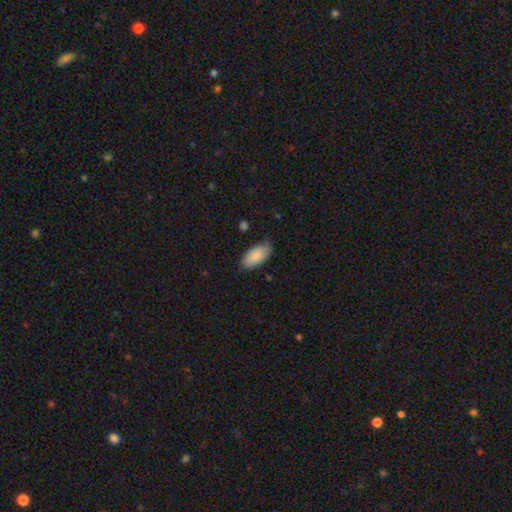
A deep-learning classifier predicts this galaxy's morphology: smooth-or-featured: smooth: 85% | featured or disk: 9% | star or artifact: 6%
  how-rounded: in between: 94% | cigar-shaped: 4% | round: 2%
  merging: none: 72% | minor disturbance: 23% | major disturbance: 4% | merger: 1%